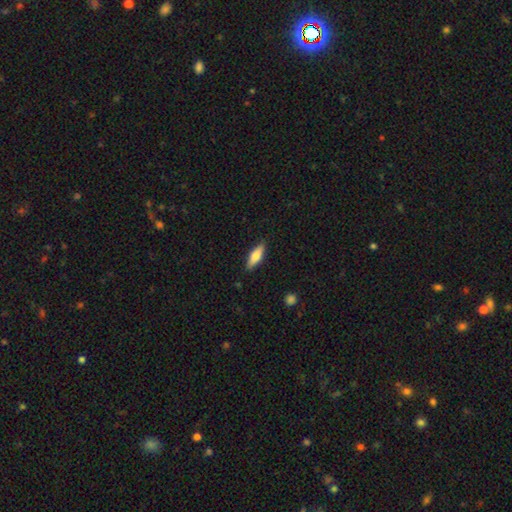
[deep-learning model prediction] smooth 65%, featured or disk 29%, star or artifact 6%. Down the decision tree: how rounded — cigar-shaped (50%); merging — none (87%).